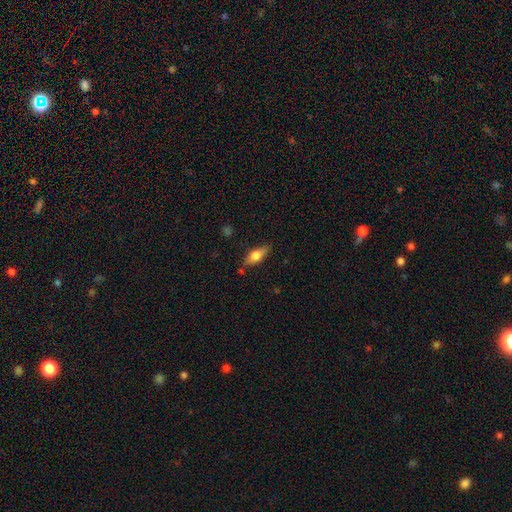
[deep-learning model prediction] Smooth or featured: smooth — 66% (featured or disk — 28%)
How rounded: in between — 66% (cigar-shaped — 30%)
Merging: none — 78% (minor disturbance — 15%)